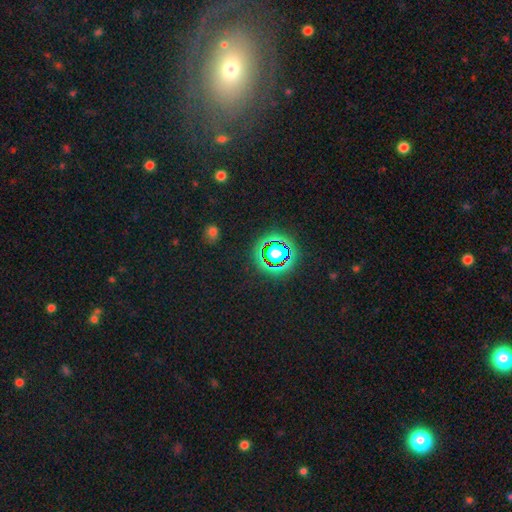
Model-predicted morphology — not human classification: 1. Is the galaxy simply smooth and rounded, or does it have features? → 75% star or artifact, 17% smooth, 8% featured or disk.